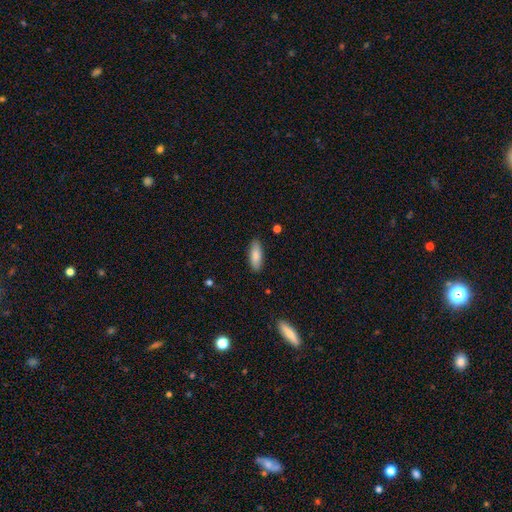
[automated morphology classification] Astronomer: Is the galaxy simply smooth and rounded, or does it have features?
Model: smooth — 84%.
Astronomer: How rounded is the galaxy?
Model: in between — 67%.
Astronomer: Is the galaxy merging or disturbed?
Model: none — 87%.